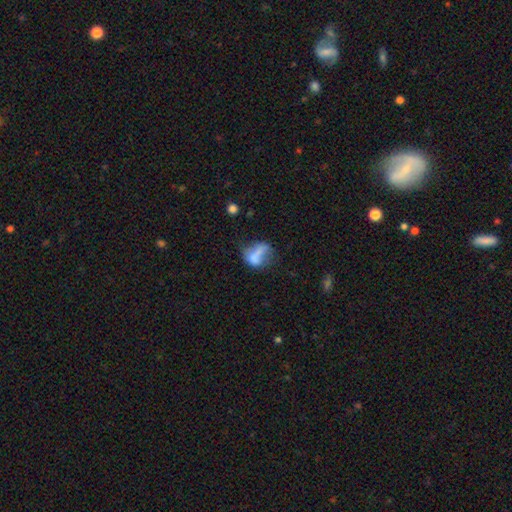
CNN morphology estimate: smooth_or_featured: smooth (p=0.59) [alt: featured or disk p=0.30]
how_rounded: in between (p=0.69) [alt: round p=0.28]
merging: merger (p=0.31) [alt: major disturbance p=0.27]